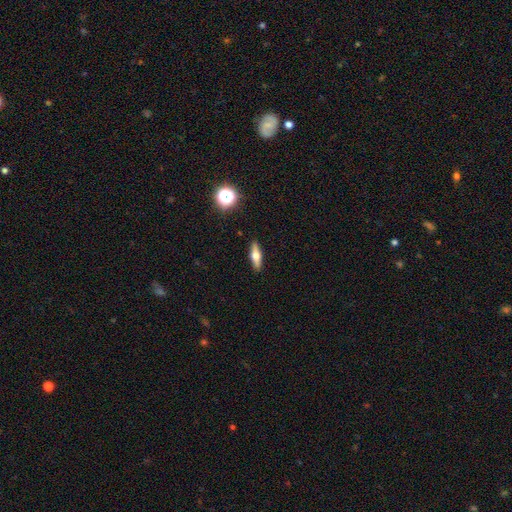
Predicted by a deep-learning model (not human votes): Smooth or featured? smooth (48%)
Merging? none (89%)